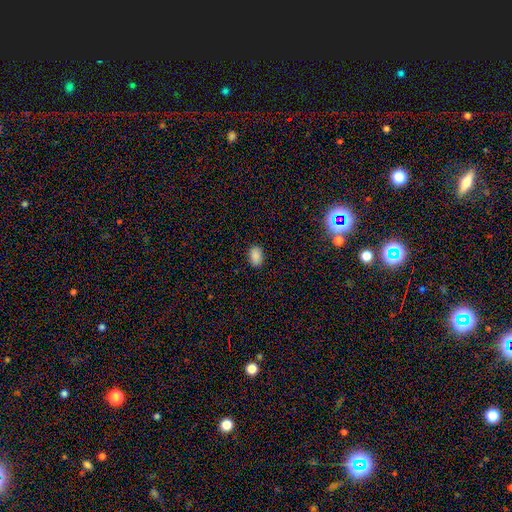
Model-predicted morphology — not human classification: Smooth or featured?
  - smooth: 85% *
  - star or artifact: 10%
  - featured or disk: 4%
How rounded?
  - in between: 86% *
  - round: 13%
  - cigar-shaped: 1%
Merging?
  - none: 86% *
  - minor disturbance: 11%
  - major disturbance: 2%
  - merger: 1%